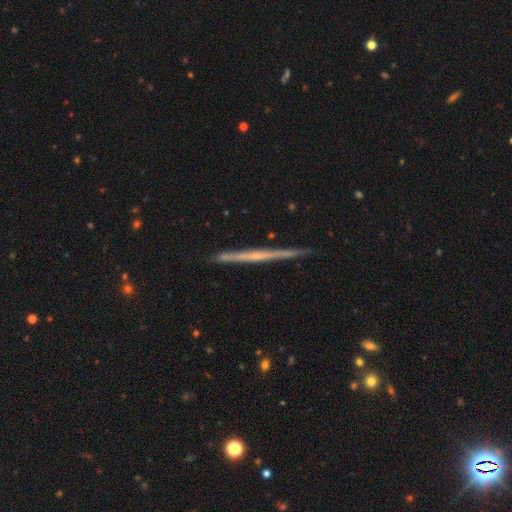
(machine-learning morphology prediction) smooth_or_featured: featured or disk (p=0.72) [alt: smooth p=0.22]
disk_edge_on: yes (p=0.98) [alt: no p=0.02]
edge_on_bulge: none (p=0.69) [alt: rounded p=0.25]
merging: none (p=0.90) [alt: minor disturbance p=0.07]